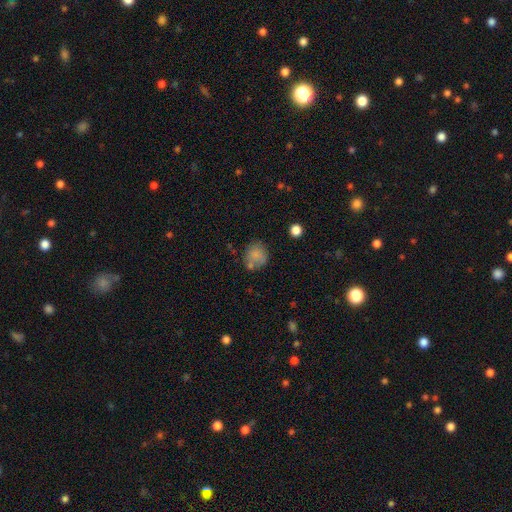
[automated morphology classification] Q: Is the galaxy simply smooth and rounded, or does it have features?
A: smooth — 80%.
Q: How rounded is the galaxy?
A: round — 79%.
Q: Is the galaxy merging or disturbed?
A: none — 63%.